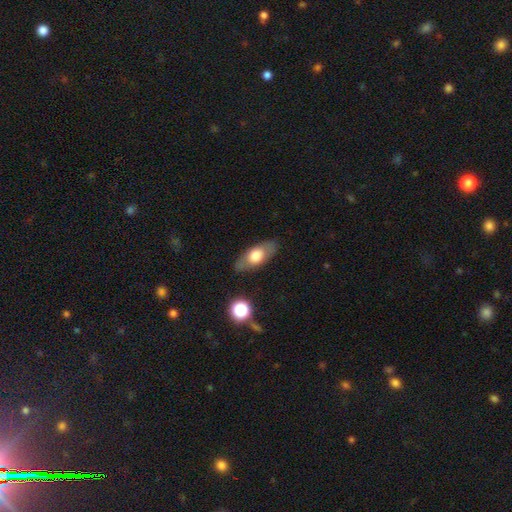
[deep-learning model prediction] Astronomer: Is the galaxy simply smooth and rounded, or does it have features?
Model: smooth — 57% (runner-up: featured or disk, 37%).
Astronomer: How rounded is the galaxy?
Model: in between — 80%.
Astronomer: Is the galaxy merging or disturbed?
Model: none — 80%.